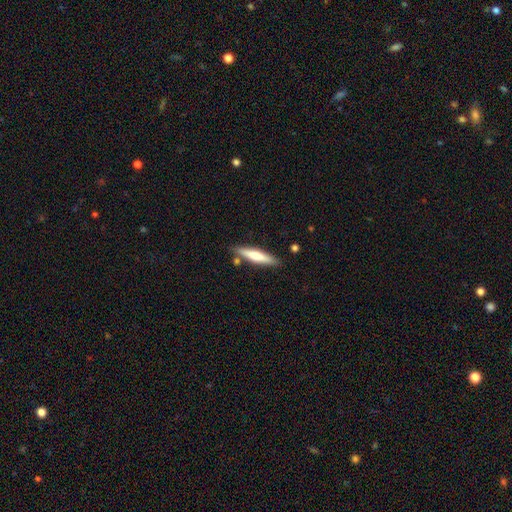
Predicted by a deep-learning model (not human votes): smooth_or_featured: smooth (p=0.55) [alt: featured or disk p=0.39]
how_rounded: cigar-shaped (p=0.85) [alt: in between p=0.13]
merging: none (p=0.81) [alt: minor disturbance p=0.11]